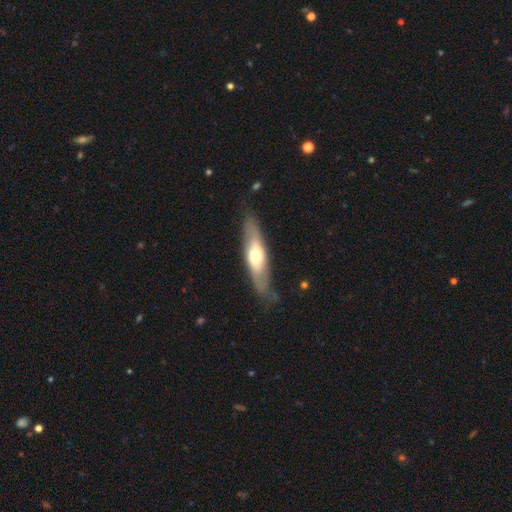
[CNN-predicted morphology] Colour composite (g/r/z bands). It shows a smooth galaxy with no disk features (48%). Merging: none (76%).